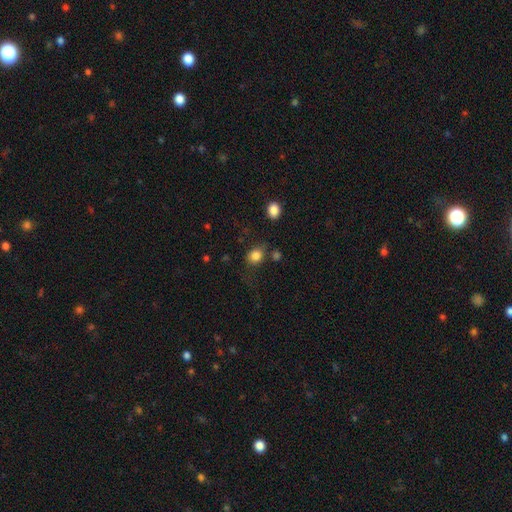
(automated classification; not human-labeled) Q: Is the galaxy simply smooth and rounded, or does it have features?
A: smooth — 83%.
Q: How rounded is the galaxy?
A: round — 58%.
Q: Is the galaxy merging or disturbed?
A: none — 69%.